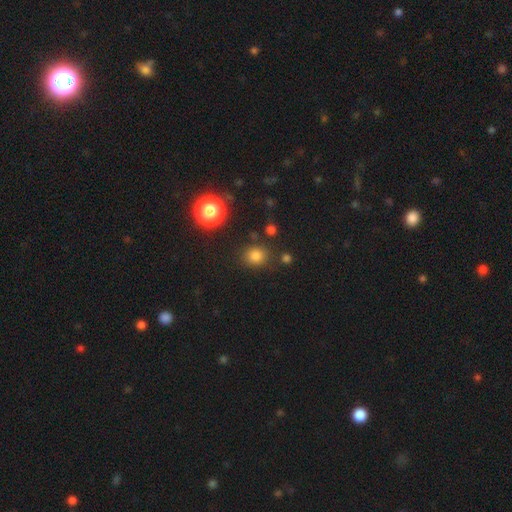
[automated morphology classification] Smooth or featured?
  - smooth: 79% *
  - star or artifact: 16%
  - featured or disk: 5%
How rounded?
  - round: 78% *
  - in between: 21%
  - cigar-shaped: 1%
Merging?
  - none: 84% *
  - minor disturbance: 10%
  - merger: 3%
  - major disturbance: 3%